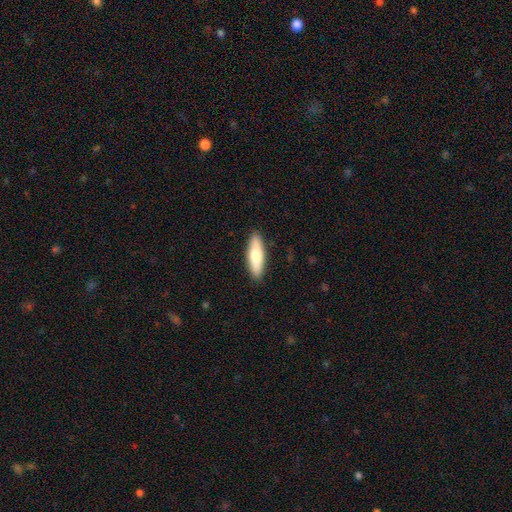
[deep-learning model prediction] Smooth or featured?
  - smooth: 70% *
  - featured or disk: 24%
  - star or artifact: 5%
How rounded?
  - cigar-shaped: 59% *
  - in between: 39%
  - round: 2%
Merging?
  - none: 90% *
  - minor disturbance: 8%
  - major disturbance: 2%
  - merger: 1%